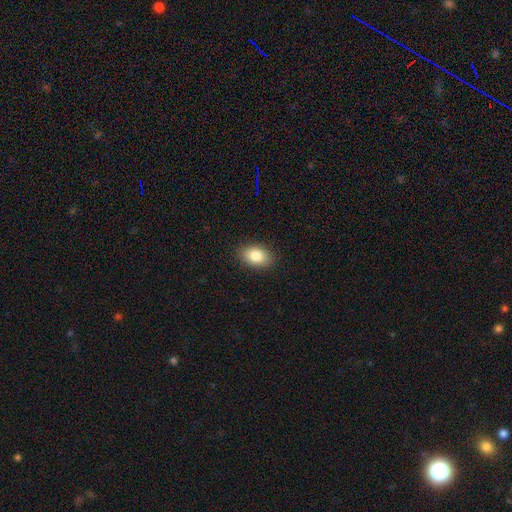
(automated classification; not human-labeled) A smooth galaxy with no disk features (83%) that is in between round and cigar-shaped (85%).

Vote fractions:
- Smooth or featured? smooth: 83% / featured or disk: 8% / star or artifact: 8%
- How rounded? in between: 85% / round: 14% / cigar-shaped: 1%
- Merging? none: 89% / minor disturbance: 8% / major disturbance: 2% / merger: 1%